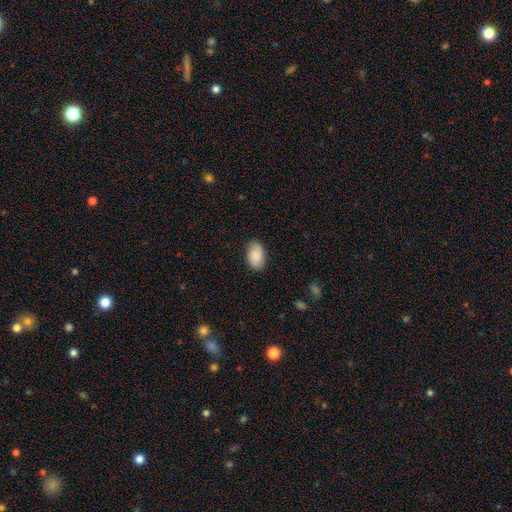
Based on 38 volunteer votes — Morphology: type=smooth (76%); roundness=in between (93%); merging=none (83%).